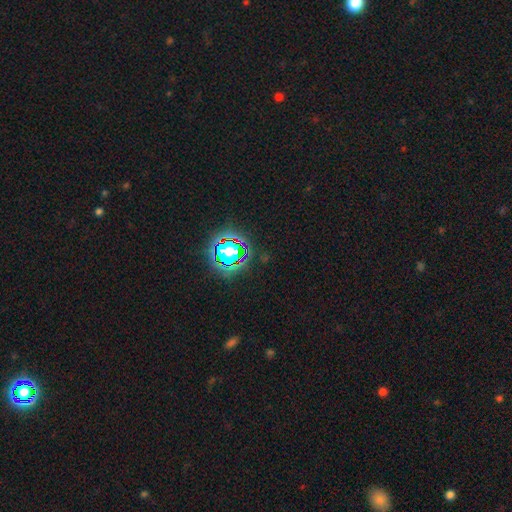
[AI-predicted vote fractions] The model was most divided on "smooth or featured": star or artifact: 82%, smooth: 11%, featured or disk: 7%.